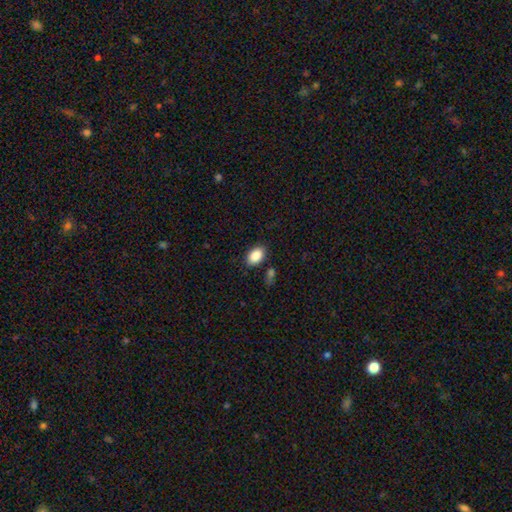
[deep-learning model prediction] The model was most divided on "merging": none: 80%, minor disturbance: 13%, merger: 4%, major disturbance: 3%. More confident: smooth or featured — smooth (88%); how rounded — in between (86%).